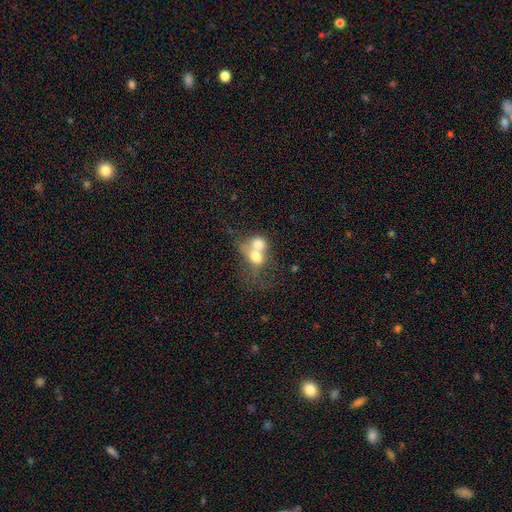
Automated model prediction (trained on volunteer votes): Smooth or featured: smooth — 64% (featured or disk — 26%)
How rounded: in between — 52% (round — 47%)
Merging: merger — 75% (none — 13%)